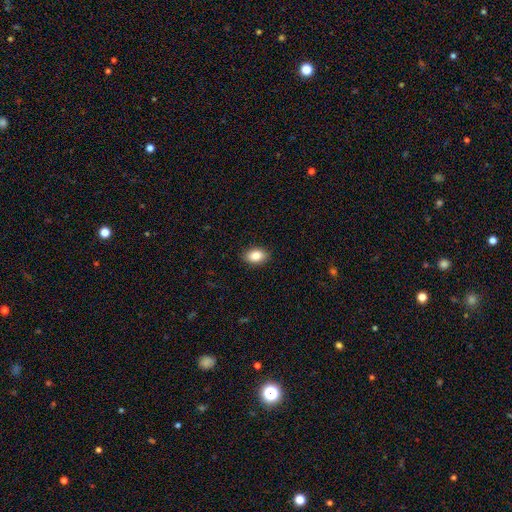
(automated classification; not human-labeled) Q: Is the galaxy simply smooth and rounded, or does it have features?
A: smooth — 86%.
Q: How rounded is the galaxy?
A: in between — 85%.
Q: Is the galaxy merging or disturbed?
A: none — 88%.